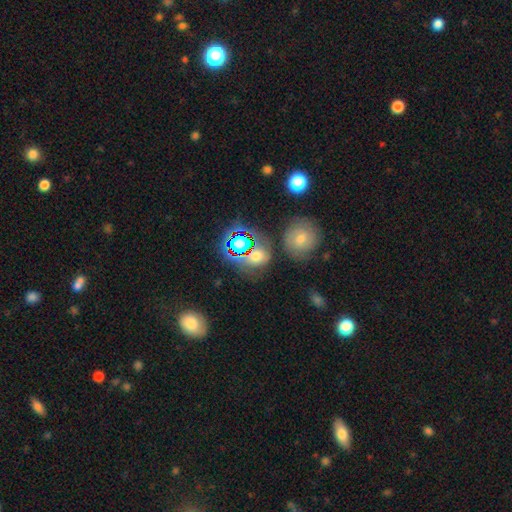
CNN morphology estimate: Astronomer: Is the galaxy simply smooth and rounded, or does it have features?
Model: smooth — 44% (runner-up: star or artifact, 39%).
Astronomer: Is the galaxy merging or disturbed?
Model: none — 66%.